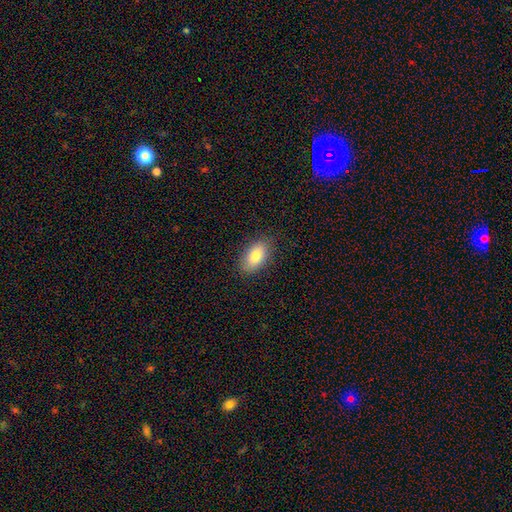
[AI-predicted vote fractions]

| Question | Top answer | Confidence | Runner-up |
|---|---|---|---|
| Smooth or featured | smooth | 81% | featured or disk (12%) |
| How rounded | in between | 92% | round (5%) |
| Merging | none | 85% | minor disturbance (11%) |